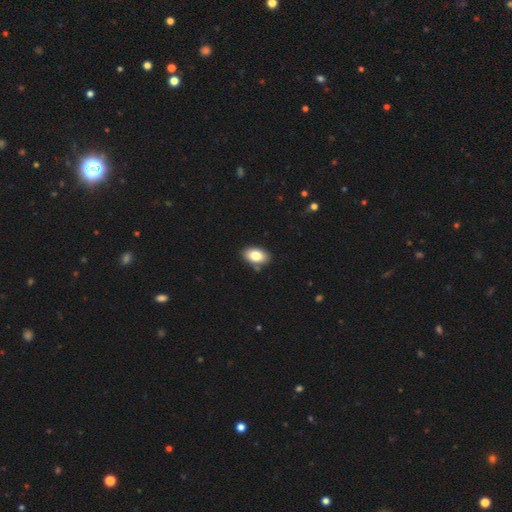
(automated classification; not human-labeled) smooth 83%, featured or disk 9%, star or artifact 8%. Down the decision tree: how rounded — in between (92%); merging — none (84%).